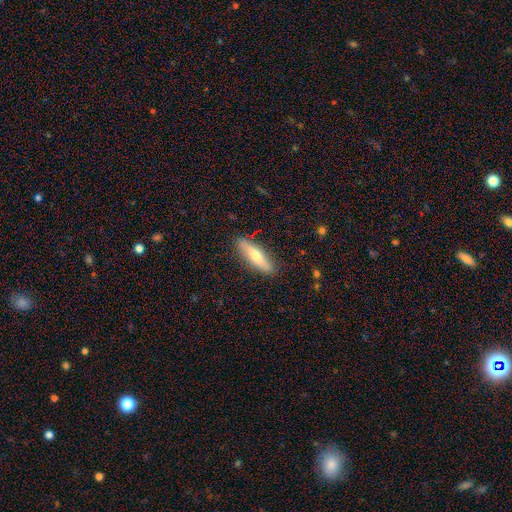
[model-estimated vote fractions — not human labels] This appears to be a smooth galaxy with no disk features (63%) that is cigar-shaped (65%). Merging: none (86%).